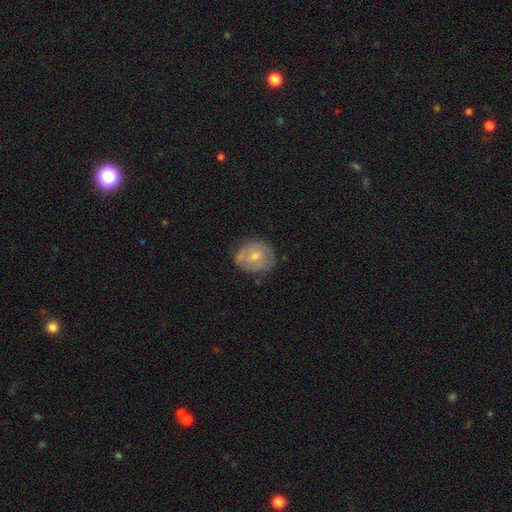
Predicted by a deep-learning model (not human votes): smooth_or_featured: featured or disk (p=0.50) [alt: smooth p=0.40]
merging: none (p=0.72) [alt: minor disturbance p=0.20]